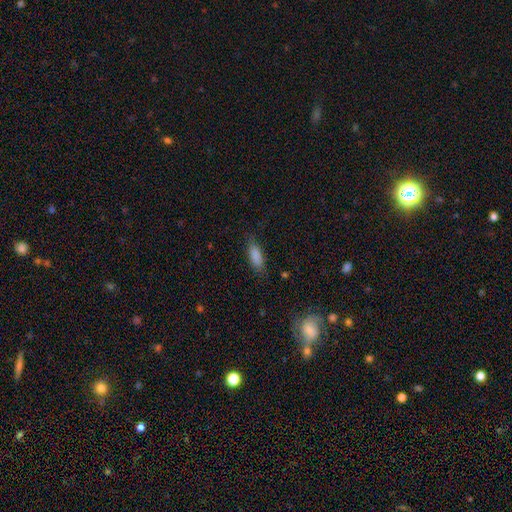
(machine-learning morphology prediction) Smooth or featured? smooth (86%)
How rounded? in between (71%)
Merging? none (78%)